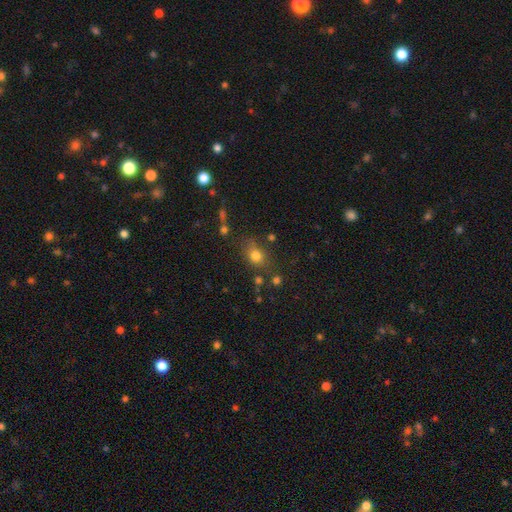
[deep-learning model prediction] Smooth or featured: smooth — 76% (star or artifact — 15%)
How rounded: round — 51% (in between — 47%)
Merging: none — 68% (minor disturbance — 18%)